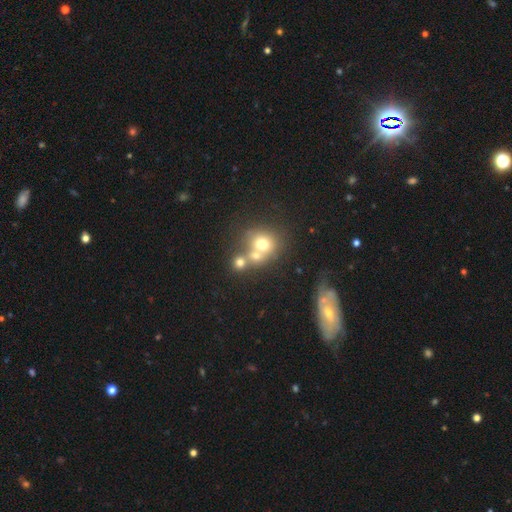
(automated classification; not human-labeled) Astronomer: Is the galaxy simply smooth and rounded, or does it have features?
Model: smooth — 66%.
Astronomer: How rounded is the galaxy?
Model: round — 78%.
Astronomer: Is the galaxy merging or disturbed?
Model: merger — 51% (runner-up: none, 37%).